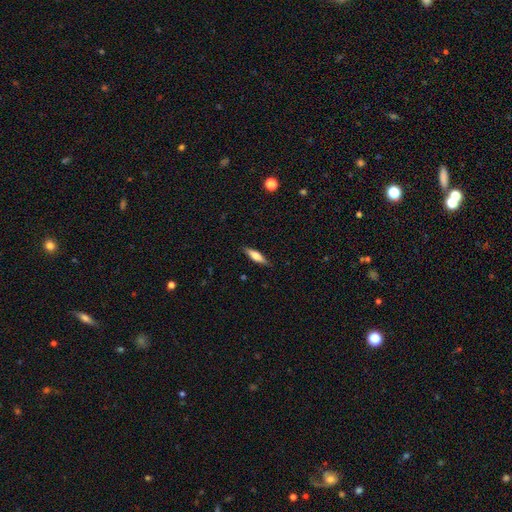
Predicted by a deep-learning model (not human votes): A smooth galaxy with no disk features (64%) that is cigar-shaped (63%). Merging: none (86%).